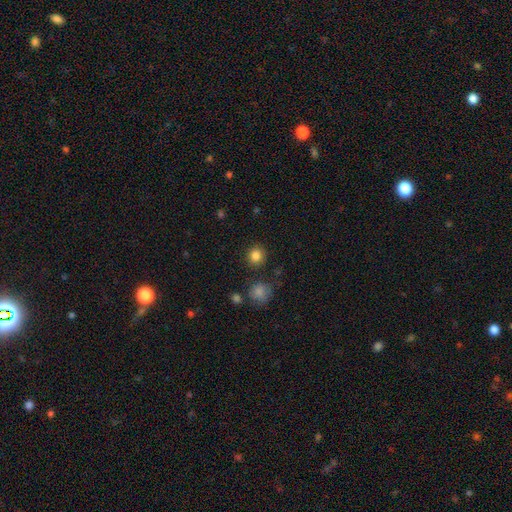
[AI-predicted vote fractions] Smooth or featured: smooth — 84% (star or artifact — 12%)
How rounded: round — 92% (in between — 7%)
Merging: none — 87% (minor disturbance — 7%)